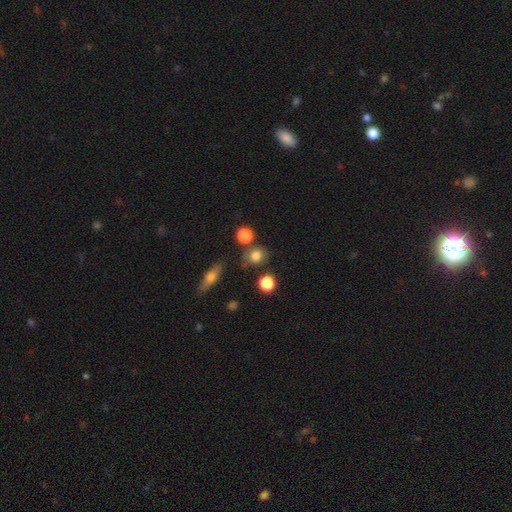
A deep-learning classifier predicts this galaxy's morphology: smooth 79%, star or artifact 12%, featured or disk 9%. Down the decision tree: how rounded — round (69%); merging — none (70%).